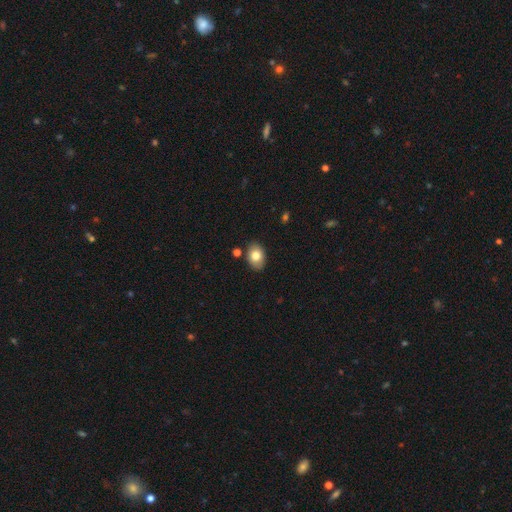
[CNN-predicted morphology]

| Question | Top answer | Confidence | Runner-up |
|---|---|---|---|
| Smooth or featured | smooth | 79% | featured or disk (13%) |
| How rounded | in between | 81% | round (18%) |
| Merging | none | 84% | minor disturbance (10%) |